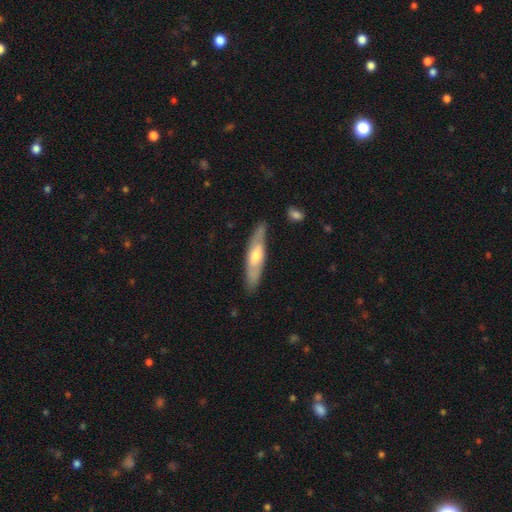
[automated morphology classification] type=featured or disk (52%); edge-on=yes (64%); merging=none (81%).